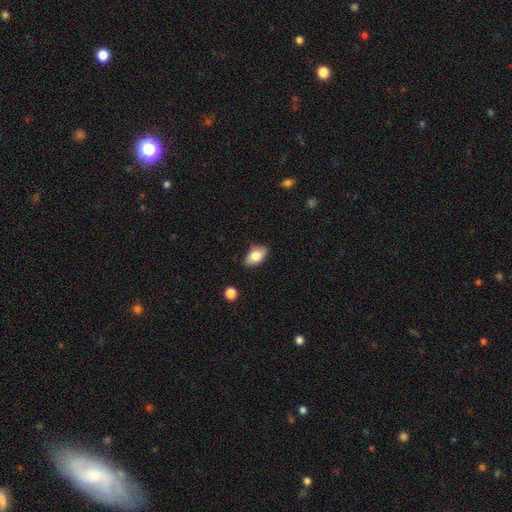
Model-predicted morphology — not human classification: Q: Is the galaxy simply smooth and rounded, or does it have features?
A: smooth — 79%.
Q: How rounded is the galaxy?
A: in between — 90%.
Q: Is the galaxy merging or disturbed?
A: none — 80%.